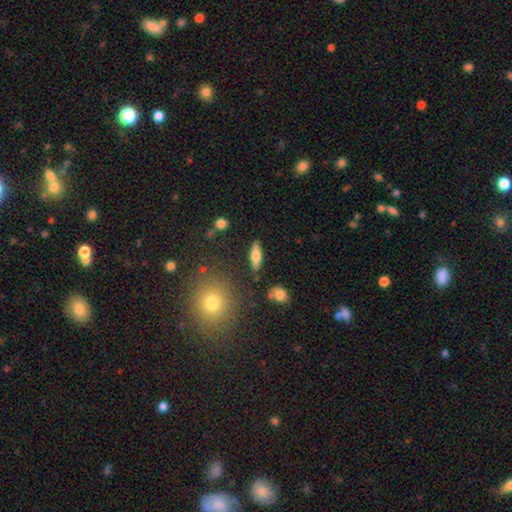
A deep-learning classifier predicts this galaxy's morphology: The model was most divided on "how rounded": cigar-shaped: 49%, in between: 47%, round: 4%. More confident: merging — none (84%); smooth or featured — smooth (55%).